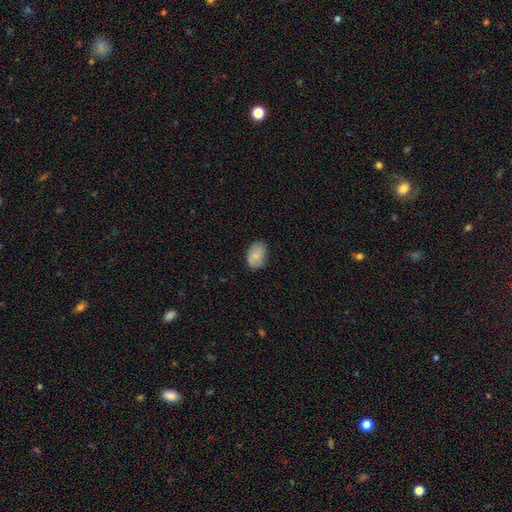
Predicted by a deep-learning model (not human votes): Overall: smooth (80%). How rounded: in between (87%). Merging: none (78%).